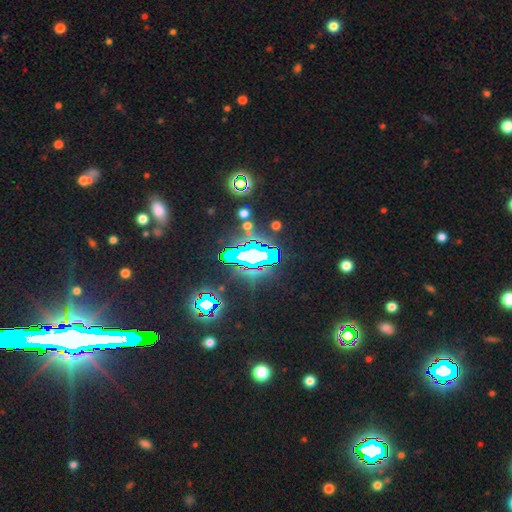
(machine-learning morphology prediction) Q: Smooth or featured?
A: star or artifact (71%); runner-up: featured or disk (15%)